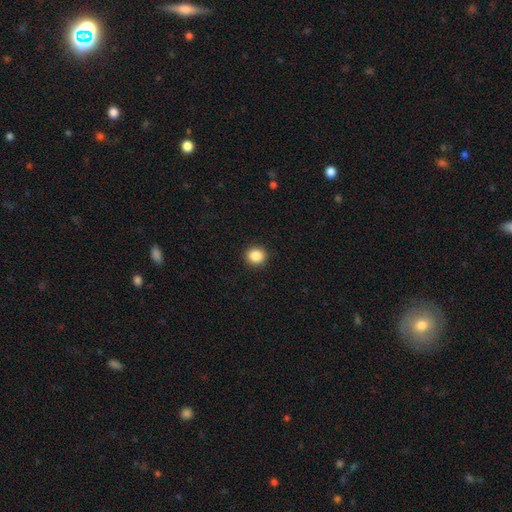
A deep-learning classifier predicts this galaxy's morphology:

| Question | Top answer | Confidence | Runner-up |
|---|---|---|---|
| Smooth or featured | smooth | 88% | star or artifact (9%) |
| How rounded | round | 90% | in between (9%) |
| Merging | none | 92% | minor disturbance (5%) |